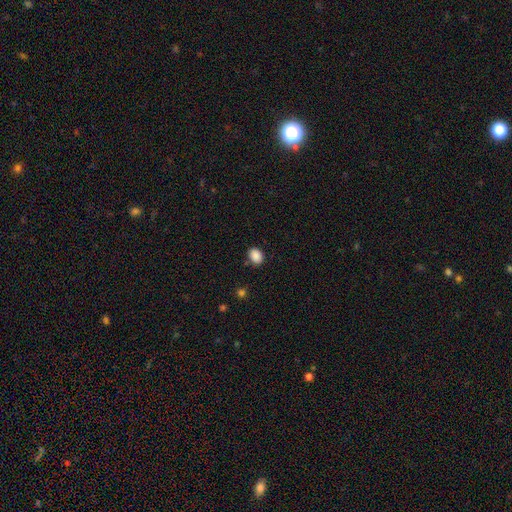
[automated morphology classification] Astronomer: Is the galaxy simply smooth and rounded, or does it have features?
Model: smooth — 88%.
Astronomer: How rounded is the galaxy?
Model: in between — 65%.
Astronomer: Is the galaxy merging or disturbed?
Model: none — 83%.